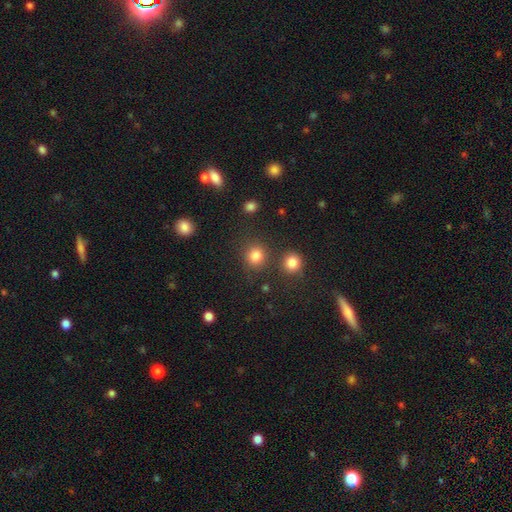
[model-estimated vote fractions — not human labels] The model was most divided on "smooth or featured": smooth: 82%, star or artifact: 13%, featured or disk: 5%. More confident: how rounded — round (87%); merging — none (79%).